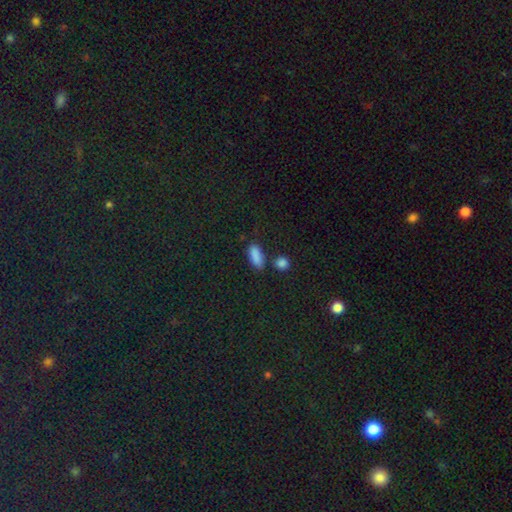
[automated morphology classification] The model was most divided on "how rounded": in between: 70%, cigar-shaped: 25%, round: 5%. More confident: smooth or featured — smooth (86%); merging — none (73%).